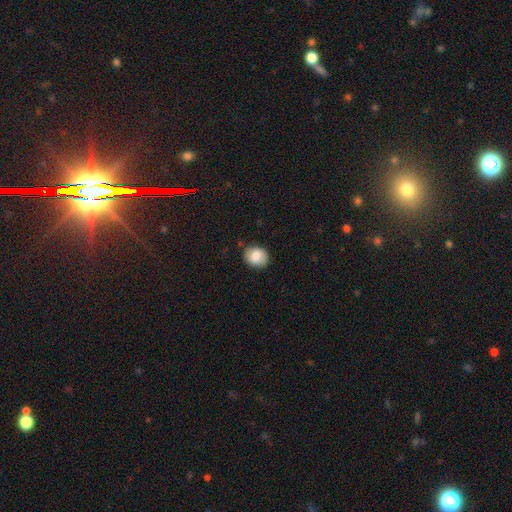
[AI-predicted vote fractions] A smooth galaxy with no disk features (77%) that is round (64%). Merging: none (81%).